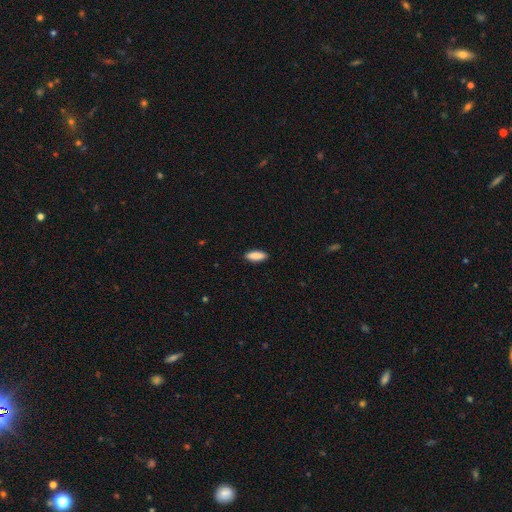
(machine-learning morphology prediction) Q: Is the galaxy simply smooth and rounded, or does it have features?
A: smooth — 89%.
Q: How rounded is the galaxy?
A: in between — 66%.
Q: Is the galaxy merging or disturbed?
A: none — 90%.